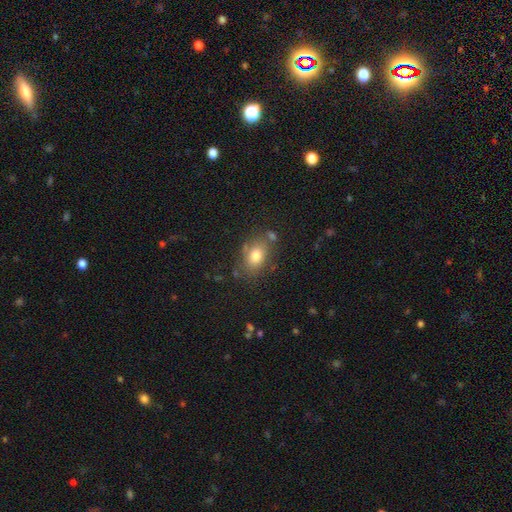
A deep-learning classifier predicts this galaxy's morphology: Q: Smooth or featured?
A: smooth (78%); runner-up: featured or disk (12%)
Q: How rounded?
A: in between (77%); runner-up: round (21%)
Q: Merging?
A: none (69%); runner-up: minor disturbance (17%)